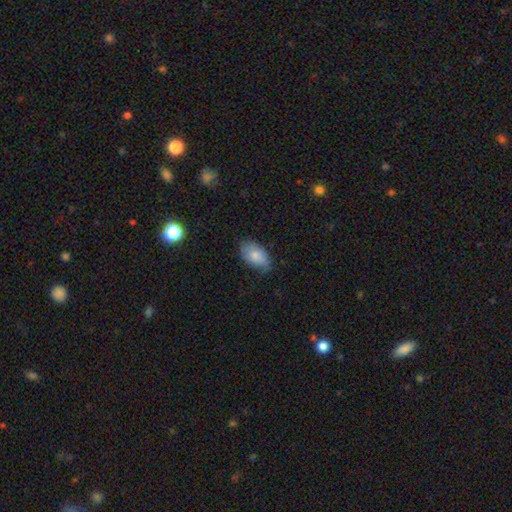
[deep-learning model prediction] smooth 76%, featured or disk 17%, star or artifact 7%. Down the decision tree: how rounded — in between (93%); merging — none (63%).